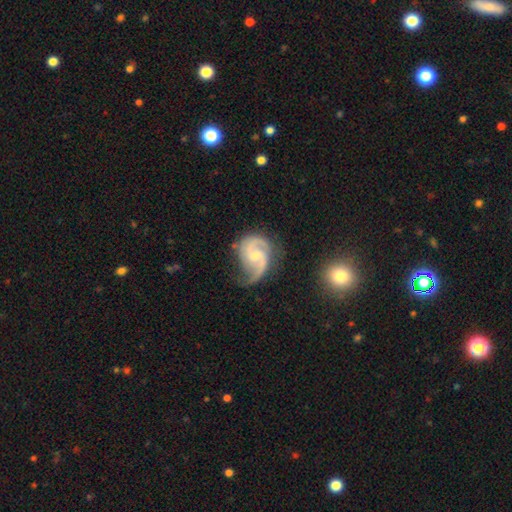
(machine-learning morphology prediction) This is clearly a featured or disk galaxy (90%). It is clearly not viewed edge-on (98%). Bar: possibly no (52%). Spiral arm pattern: clearly yes (98%). Spiral arm count: clearly 2 (84%). Spiral winding: possibly medium (54%). Central bulge: possibly moderate (50%). Merging: possibly none (56%).